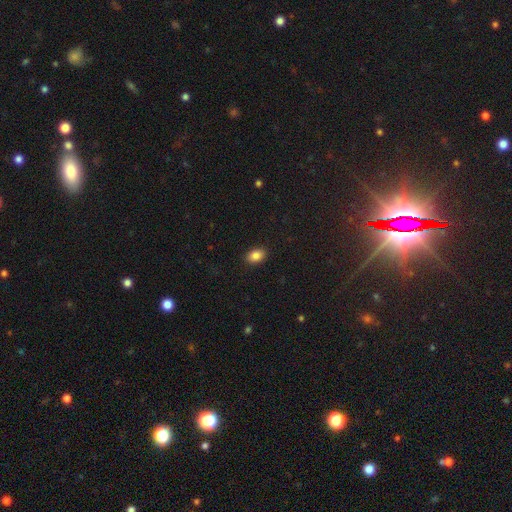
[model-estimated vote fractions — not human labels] Smooth or featured: smooth — 86% (star or artifact — 9%)
How rounded: in between — 82% (round — 17%)
Merging: none — 89% (minor disturbance — 8%)